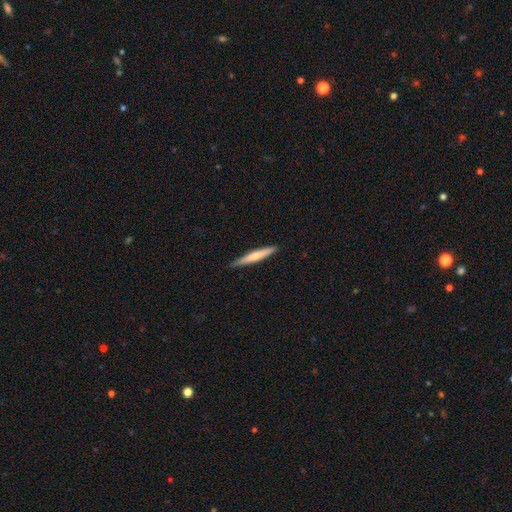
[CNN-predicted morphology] Smooth or featured? smooth (58%)
How rounded? cigar-shaped (95%)
Merging? none (87%)